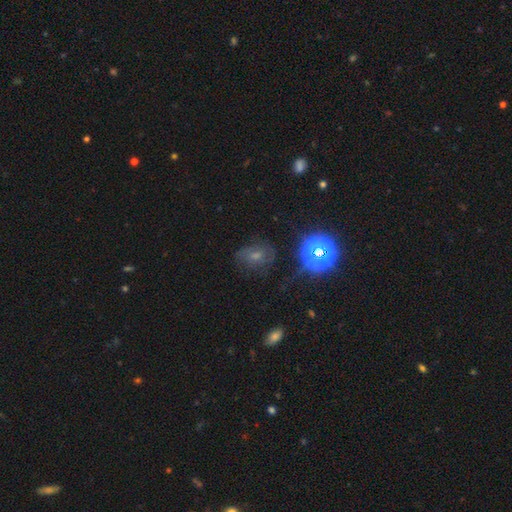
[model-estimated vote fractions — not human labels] smooth_or_featured: smooth (p=0.42) [alt: featured or disk p=0.29]
merging: none (p=0.62) [alt: minor disturbance p=0.22]